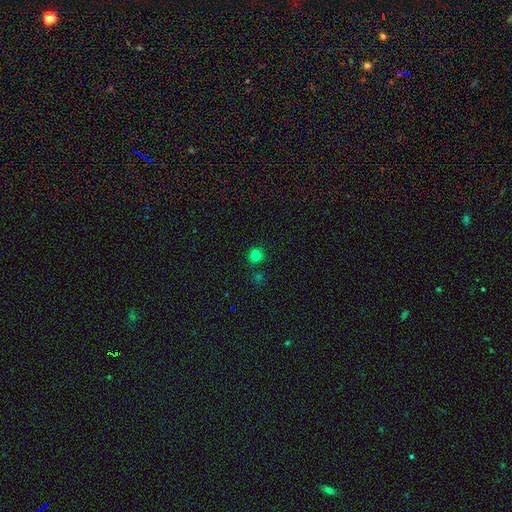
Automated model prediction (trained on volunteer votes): Smooth or featured?
  - smooth: 77% *
  - star or artifact: 18%
  - featured or disk: 5%
How rounded?
  - round: 88% *
  - in between: 11%
  - cigar-shaped: 1%
Merging?
  - none: 81% *
  - minor disturbance: 10%
  - merger: 6%
  - major disturbance: 3%